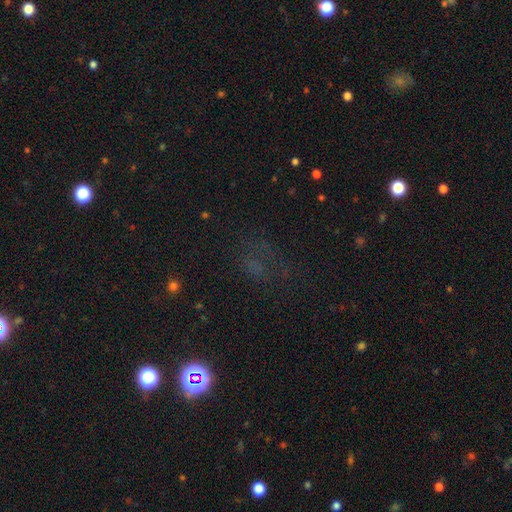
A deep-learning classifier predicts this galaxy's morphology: The model was most divided on "smooth or featured": star or artifact: 50%, smooth: 32%, featured or disk: 18%.